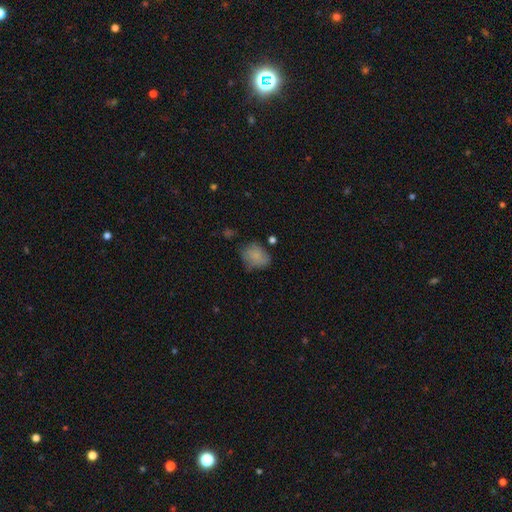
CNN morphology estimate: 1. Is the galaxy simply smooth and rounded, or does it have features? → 78% smooth, 12% featured or disk, 10% star or artifact.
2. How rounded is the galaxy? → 52% round, 47% in between, 1% cigar-shaped.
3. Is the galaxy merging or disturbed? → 56% none, 29% minor disturbance, 10% major disturbance, 4% merger.